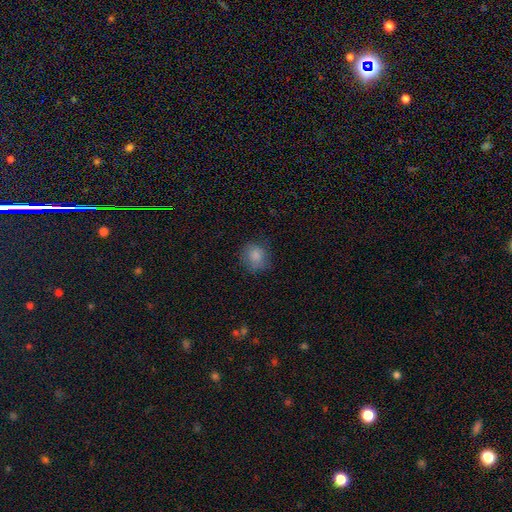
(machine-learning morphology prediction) A smooth galaxy with no disk features (84%) that is round (81%).

Vote fractions:
- Smooth or featured? smooth: 84% / star or artifact: 9% / featured or disk: 7%
- How rounded? round: 81% / in between: 18% / cigar-shaped: 1%
- Merging? none: 76% / minor disturbance: 17% / major disturbance: 5% / merger: 1%